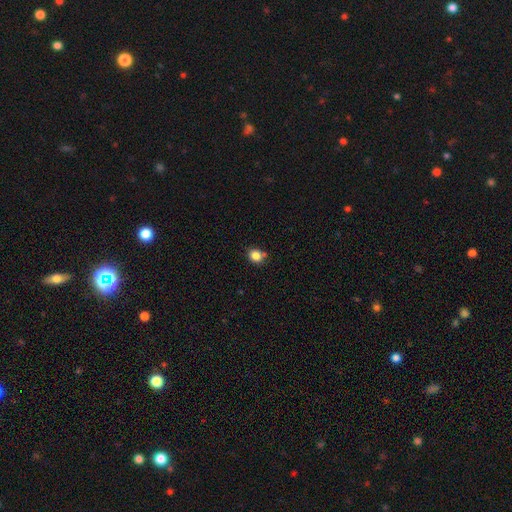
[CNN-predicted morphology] Smooth or featured? Predicted: smooth (p=0.83). How rounded? Predicted: round (p=0.66). Merging? Predicted: none (p=0.74).